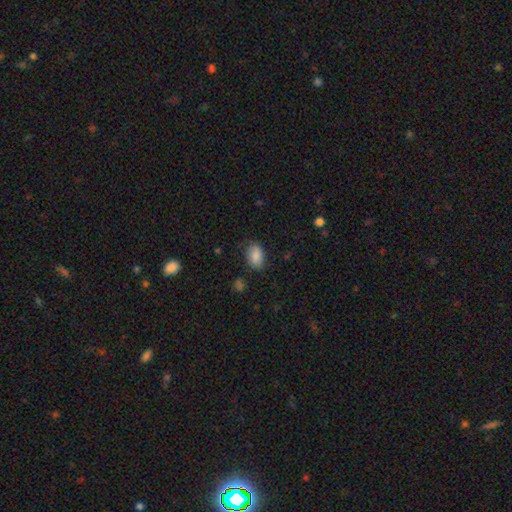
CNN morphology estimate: The model was most divided on "merging": none: 79%, minor disturbance: 16%, major disturbance: 4%, merger: 2%. More confident: how rounded — in between (90%); smooth or featured — smooth (86%).